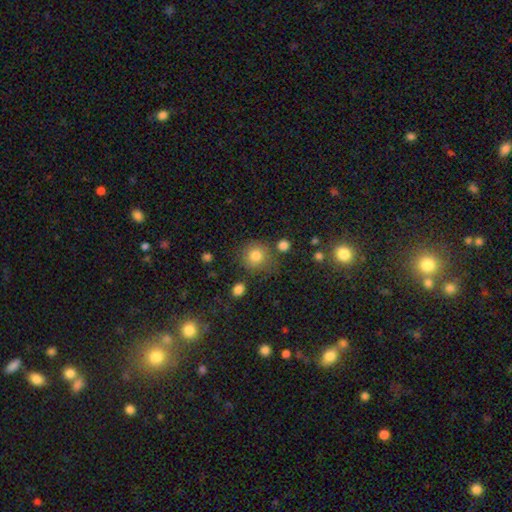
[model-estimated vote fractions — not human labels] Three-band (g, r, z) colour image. It shows a smooth galaxy with no disk features (82%) that is round (89%). Merging: none (73%).